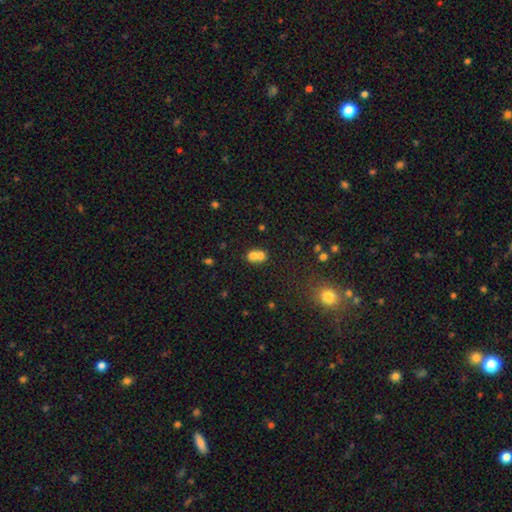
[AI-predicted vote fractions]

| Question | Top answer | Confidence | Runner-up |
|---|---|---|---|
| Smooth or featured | smooth | 70% | featured or disk (18%) |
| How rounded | round | 63% | in between (35%) |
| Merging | merger | 69% | none (23%) |